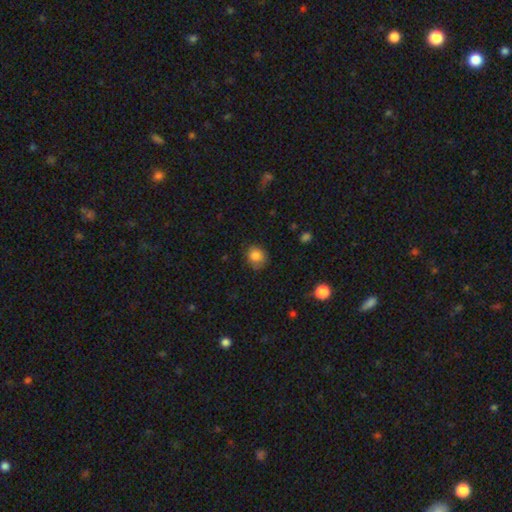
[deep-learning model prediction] smooth 83%, star or artifact 10%, featured or disk 7%. Down the decision tree: how rounded — round (72%); merging — none (78%).